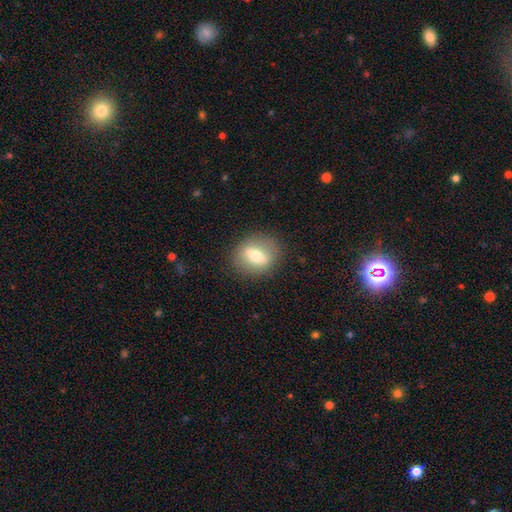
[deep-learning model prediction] This appears to be a smooth galaxy with no disk features (58%) that is round (59%). Merging: none (85%).